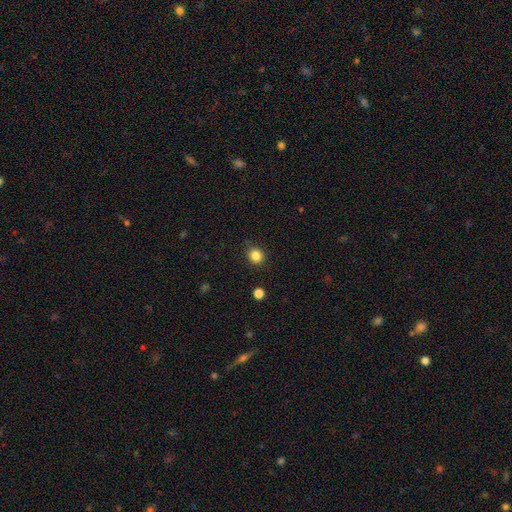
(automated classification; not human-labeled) Smooth or featured? smooth (85%)
How rounded? round (80%)
Merging? none (88%)